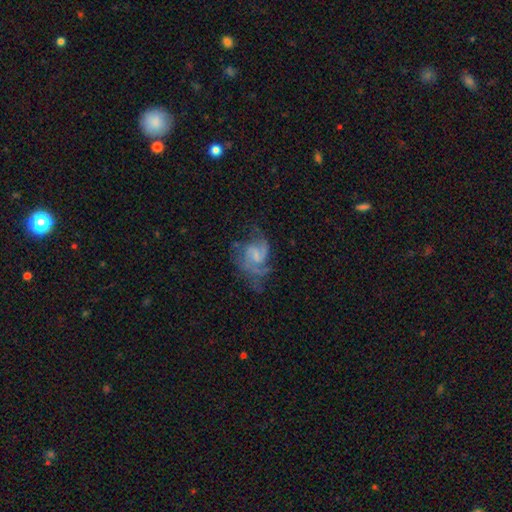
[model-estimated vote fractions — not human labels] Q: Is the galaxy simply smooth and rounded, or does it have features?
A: featured or disk — 81%.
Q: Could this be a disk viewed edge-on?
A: no — 98%.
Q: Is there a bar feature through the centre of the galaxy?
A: weak — 52%.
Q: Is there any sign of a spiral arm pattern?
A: yes — 94%.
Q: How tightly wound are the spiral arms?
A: medium — 52%.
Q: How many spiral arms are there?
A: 2 — 64%.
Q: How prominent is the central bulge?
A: none — 41%.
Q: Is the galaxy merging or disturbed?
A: none — 50%.